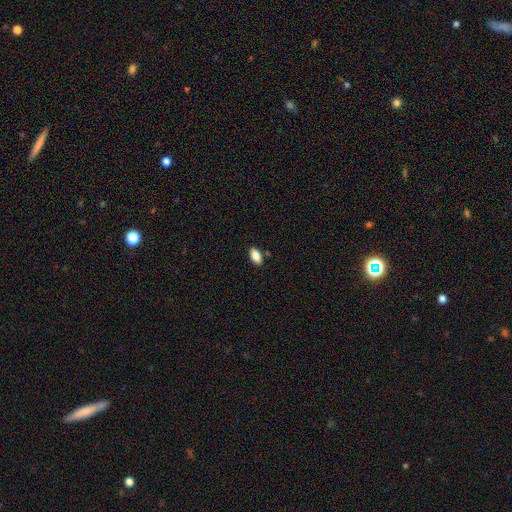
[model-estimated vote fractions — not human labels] A smooth galaxy with no disk features (88%) that is in between round and cigar-shaped (92%). Merging: none (86%).